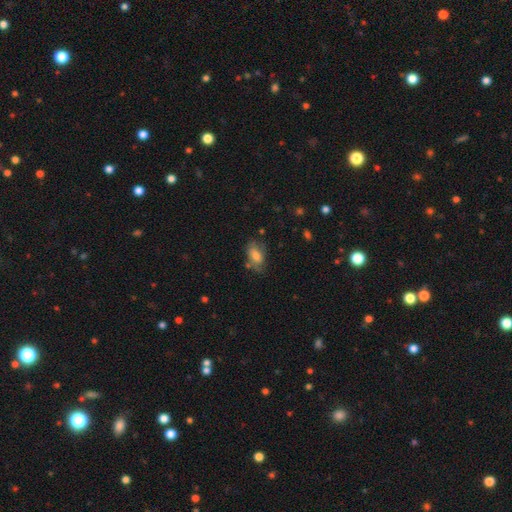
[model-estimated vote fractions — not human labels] Smooth or featured?
  - smooth: 68% *
  - featured or disk: 23%
  - star or artifact: 8%
How rounded?
  - in between: 89% *
  - round: 7%
  - cigar-shaped: 4%
Merging?
  - none: 57% *
  - minor disturbance: 27%
  - major disturbance: 10%
  - merger: 6%